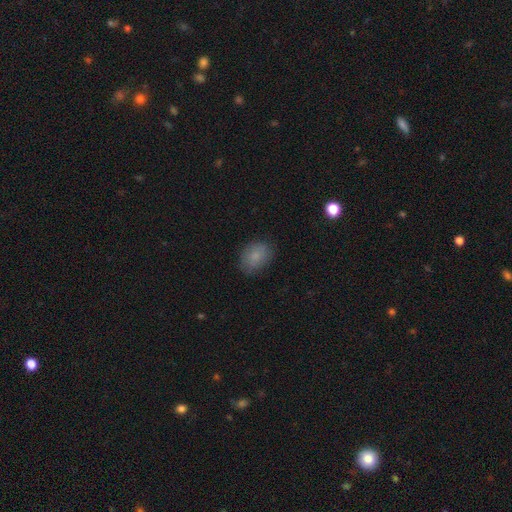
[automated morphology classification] Q: Smooth or featured?
A: smooth (83%); runner-up: featured or disk (8%)
Q: How rounded?
A: in between (70%); runner-up: round (29%)
Q: Merging?
A: none (79%); runner-up: minor disturbance (16%)